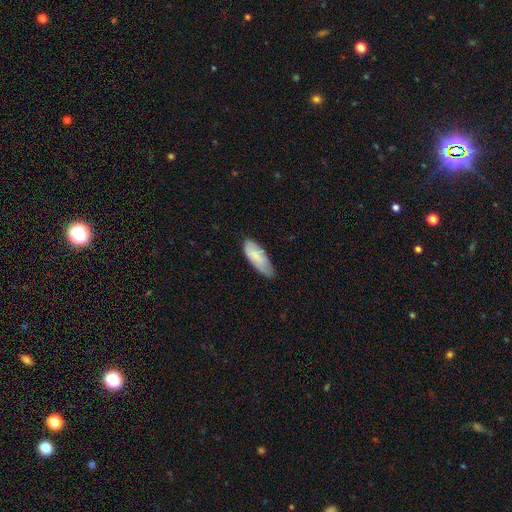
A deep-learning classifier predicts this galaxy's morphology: Smooth or featured? Predicted: smooth (p=0.80). How rounded? Predicted: in between (p=0.74). Merging? Predicted: none (p=0.64).